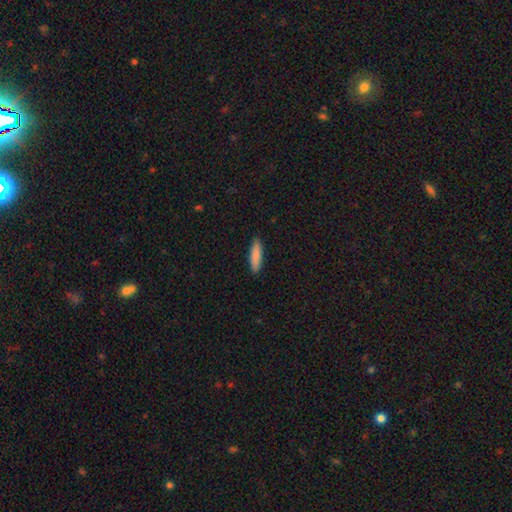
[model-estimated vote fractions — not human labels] The model was most divided on "how rounded": cigar-shaped: 68%, in between: 31%, round: 1%. More confident: merging — none (90%); smooth or featured — smooth (87%).